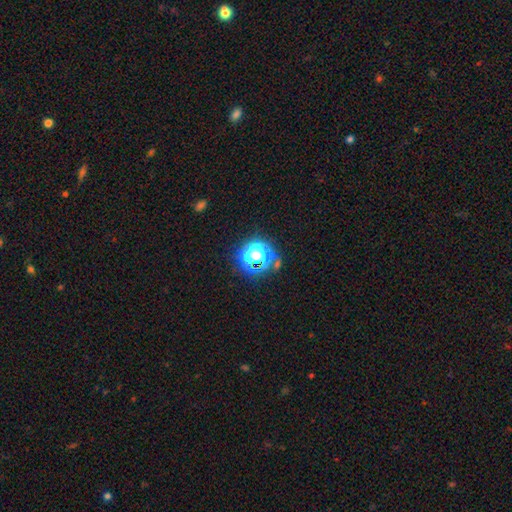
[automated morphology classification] smooth-or-featured: smooth: 46% | star or artifact: 41% | featured or disk: 14%
  merging: none: 63% | minor disturbance: 16% | major disturbance: 12% | merger: 9%